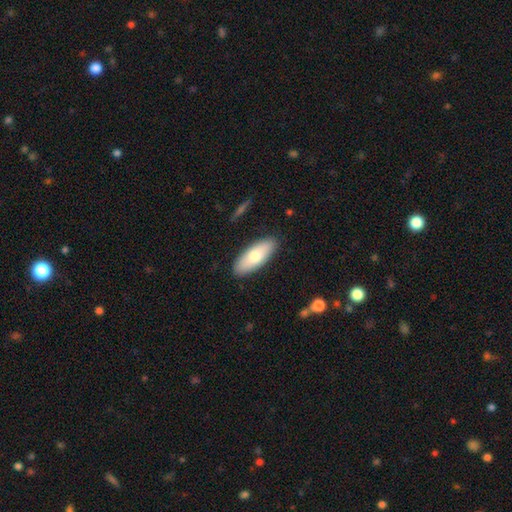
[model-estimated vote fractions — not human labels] smooth_or_featured: smooth (p=0.73) [alt: featured or disk p=0.21]
how_rounded: in between (p=0.74) [alt: cigar-shaped p=0.24]
merging: none (p=0.88) [alt: minor disturbance p=0.09]